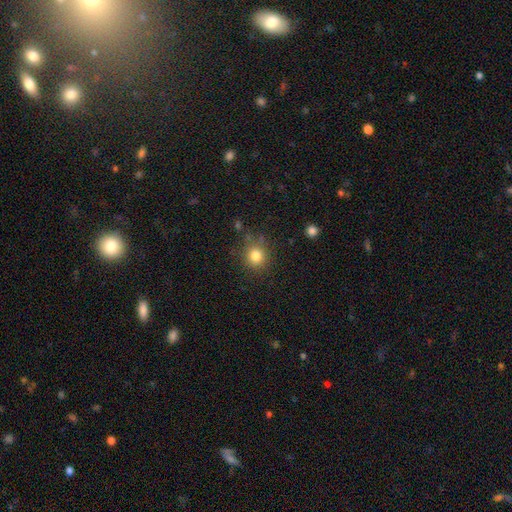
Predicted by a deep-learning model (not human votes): Smooth or featured? Predicted: smooth (p=0.82). How rounded? Predicted: round (p=0.86). Merging? Predicted: none (p=0.81).